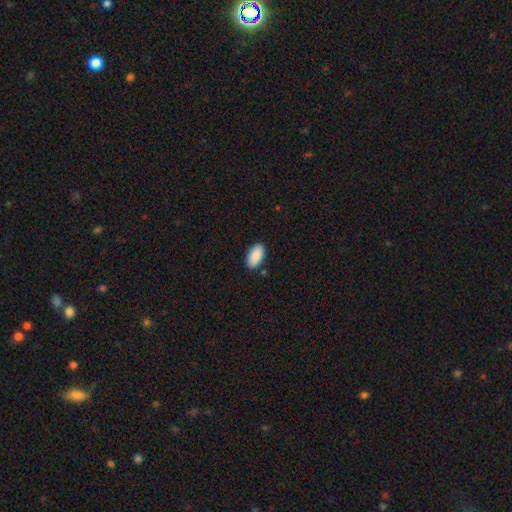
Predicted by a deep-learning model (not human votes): This appears to be a smooth galaxy with no disk features (90%) that is in between round and cigar-shaped (95%). Merging: none (88%).